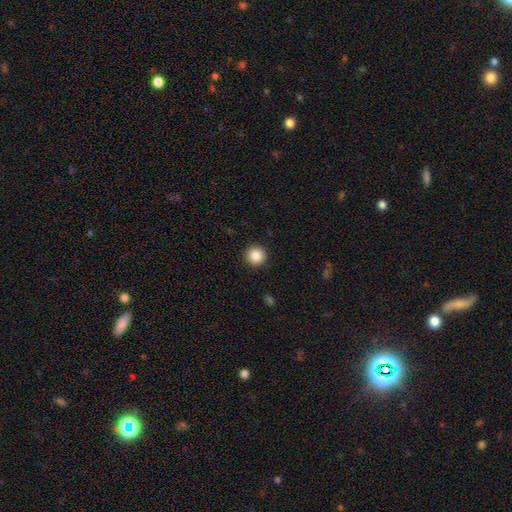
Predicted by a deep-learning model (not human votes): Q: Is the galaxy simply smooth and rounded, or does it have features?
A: smooth — 86%.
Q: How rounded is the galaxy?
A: round — 96%.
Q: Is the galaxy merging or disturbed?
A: none — 93%.